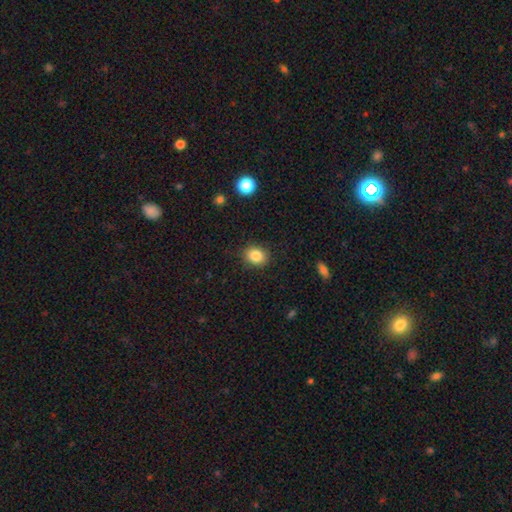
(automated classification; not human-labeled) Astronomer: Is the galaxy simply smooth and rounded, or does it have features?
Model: smooth — 85%.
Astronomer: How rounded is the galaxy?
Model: round — 56% (runner-up: in between, 43%).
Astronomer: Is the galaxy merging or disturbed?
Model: none — 87%.